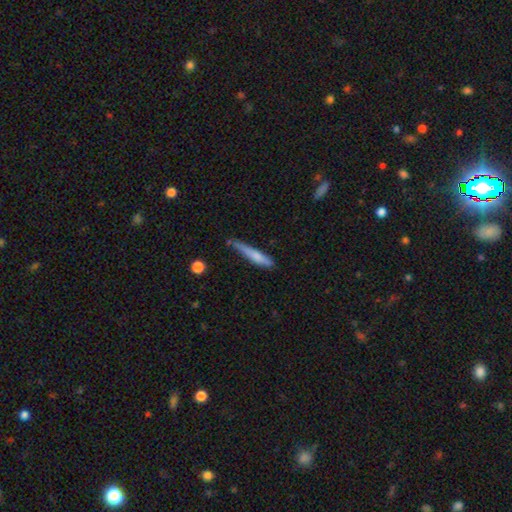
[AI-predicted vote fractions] Morphology: type=smooth (70%); roundness=cigar-shaped (92%); merging=none (59%).